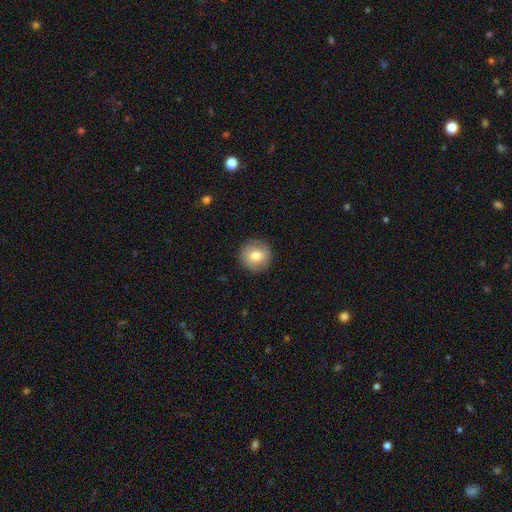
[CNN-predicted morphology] type=smooth (77%); roundness=round (94%); merging=none (90%).